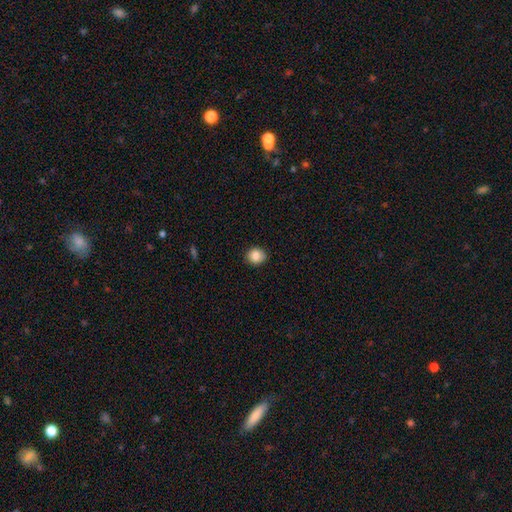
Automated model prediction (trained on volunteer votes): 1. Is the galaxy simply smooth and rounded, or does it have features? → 85% smooth, 9% star or artifact, 6% featured or disk.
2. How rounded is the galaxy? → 75% round, 24% in between, 1% cigar-shaped.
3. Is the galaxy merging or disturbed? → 84% none, 12% minor disturbance, 2% major disturbance, 1% merger.